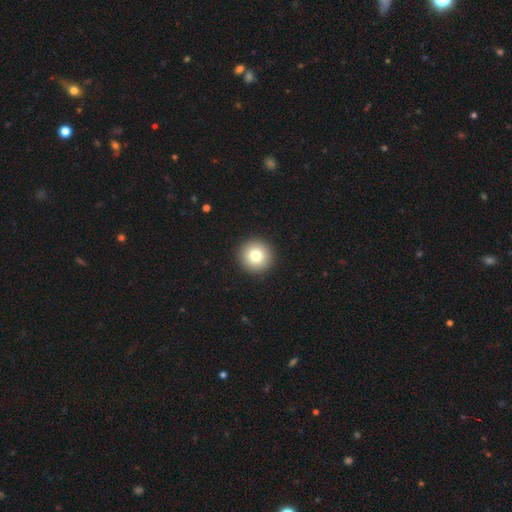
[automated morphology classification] Overall: smooth (79%). How rounded: round (96%). Merging: none (94%).